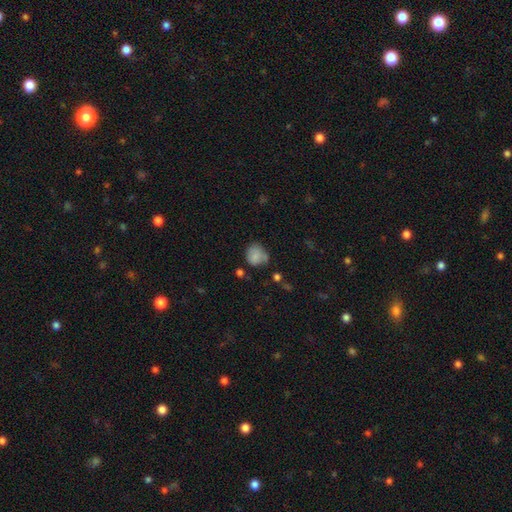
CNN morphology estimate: Smooth or featured: smooth — 80% (featured or disk — 11%)
How rounded: round — 70% (in between — 29%)
Merging: none — 50% (minor disturbance — 33%)